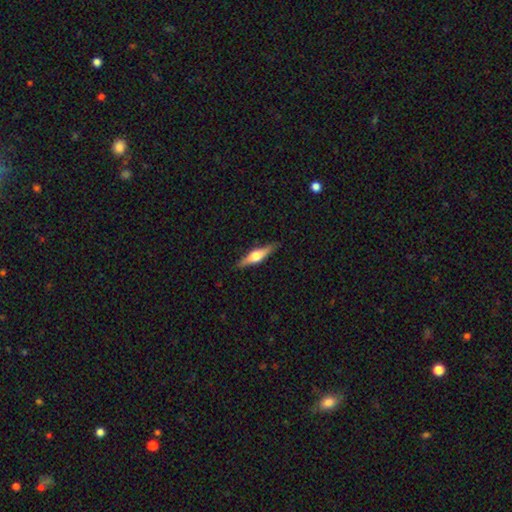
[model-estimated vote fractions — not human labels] Smooth or featured?
  - featured or disk: 65% *
  - smooth: 29%
  - star or artifact: 6%
Edge-on disk?
  - yes: 96% *
  - no: 4%
Edge-on bulge?
  - rounded: 94% *
  - boxy: 4%
  - none: 2%
Merging?
  - none: 89% *
  - minor disturbance: 8%
  - major disturbance: 2%
  - merger: 1%